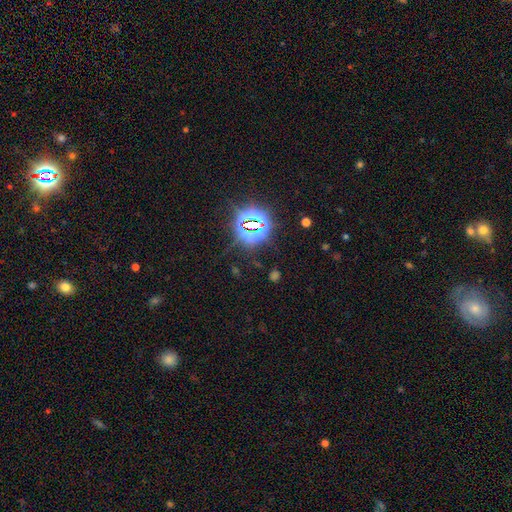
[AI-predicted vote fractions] smooth_or_featured: star or artifact (p=0.81) [alt: smooth p=0.12]